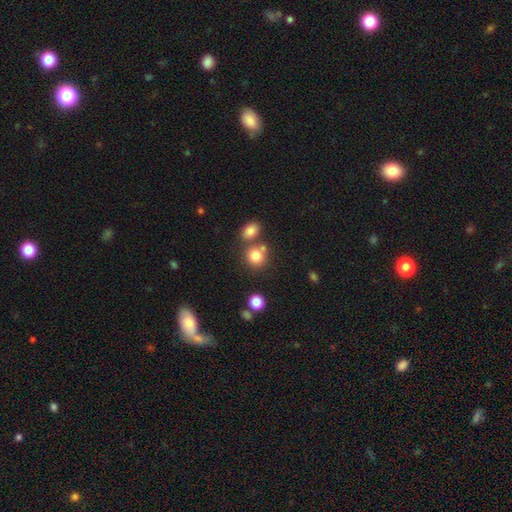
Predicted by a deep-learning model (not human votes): Smooth or featured? smooth (81%)
How rounded? round (78%)
Merging? none (59%)